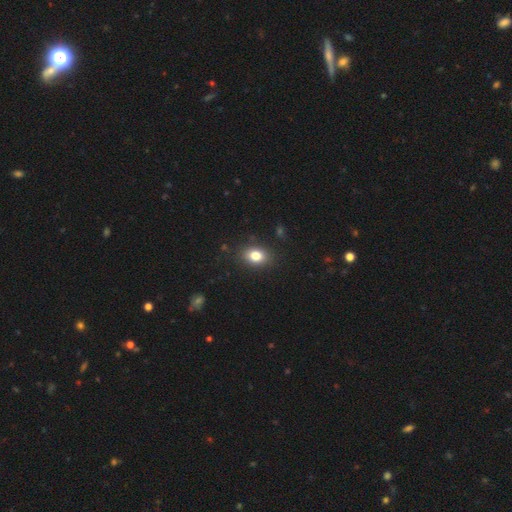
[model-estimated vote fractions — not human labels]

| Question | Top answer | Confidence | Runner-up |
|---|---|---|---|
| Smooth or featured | smooth | 81% | star or artifact (10%) |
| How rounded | in between | 69% | round (30%) |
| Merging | none | 87% | minor disturbance (9%) |